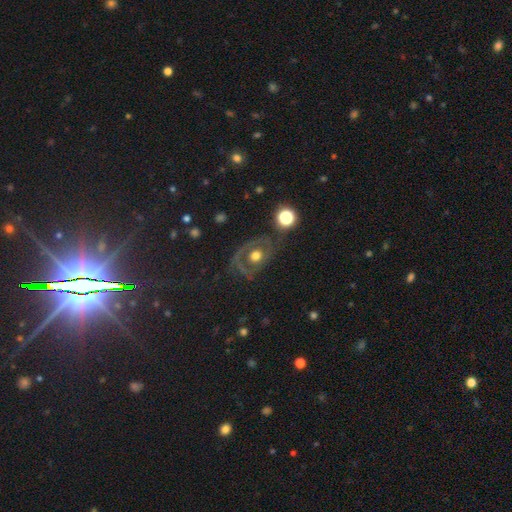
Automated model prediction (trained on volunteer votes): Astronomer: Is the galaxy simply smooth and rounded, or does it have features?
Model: featured or disk — 59%.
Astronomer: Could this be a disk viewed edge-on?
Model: no — 95%.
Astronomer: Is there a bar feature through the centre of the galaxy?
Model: no — 85%.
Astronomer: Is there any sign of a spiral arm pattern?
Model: no — 56% (runner-up: yes, 44%).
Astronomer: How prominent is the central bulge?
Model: moderate — 62%.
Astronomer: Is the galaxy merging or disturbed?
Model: none — 64%.